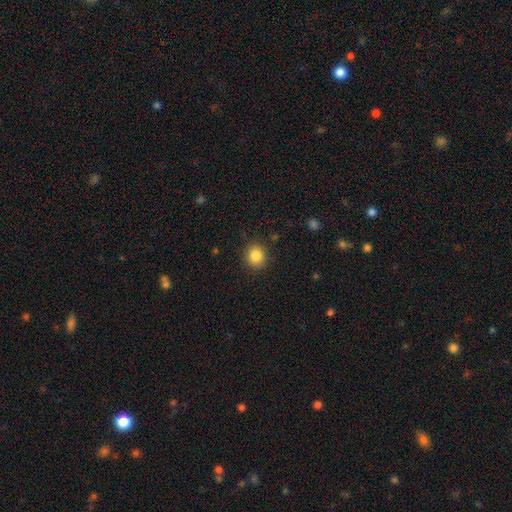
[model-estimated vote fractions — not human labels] Q: Smooth or featured?
A: smooth (85%); runner-up: star or artifact (10%)
Q: How rounded?
A: round (84%); runner-up: in between (15%)
Q: Merging?
A: none (89%); runner-up: minor disturbance (8%)